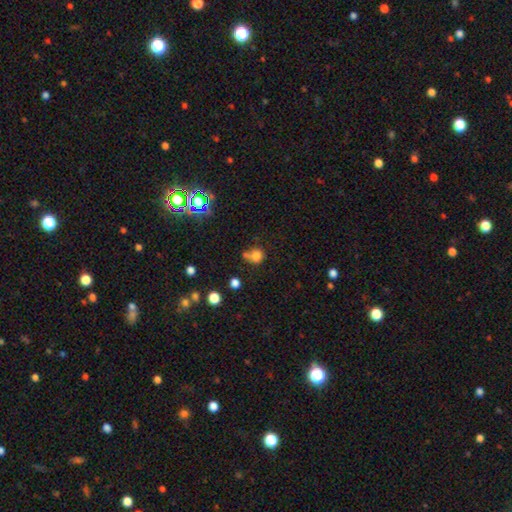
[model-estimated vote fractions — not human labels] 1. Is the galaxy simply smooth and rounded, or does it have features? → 75% smooth, 16% star or artifact, 8% featured or disk.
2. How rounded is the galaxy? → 78% round, 21% in between, 1% cigar-shaped.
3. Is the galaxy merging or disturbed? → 47% none, 24% merger, 20% minor disturbance, 9% major disturbance.